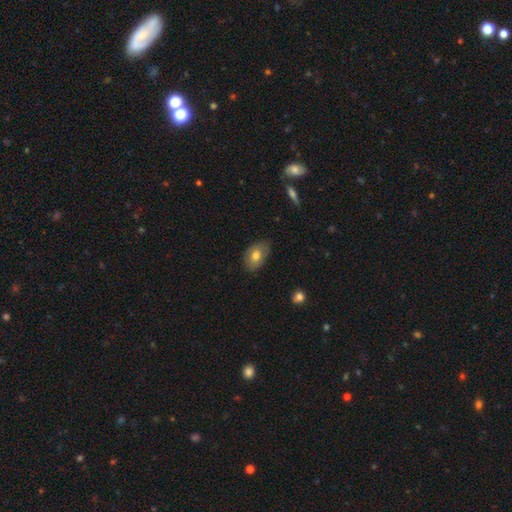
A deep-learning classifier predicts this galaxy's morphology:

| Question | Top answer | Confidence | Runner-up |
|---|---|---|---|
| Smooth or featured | smooth | 72% | featured or disk (21%) |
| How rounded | in between | 87% | round (11%) |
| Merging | none | 78% | minor disturbance (18%) |